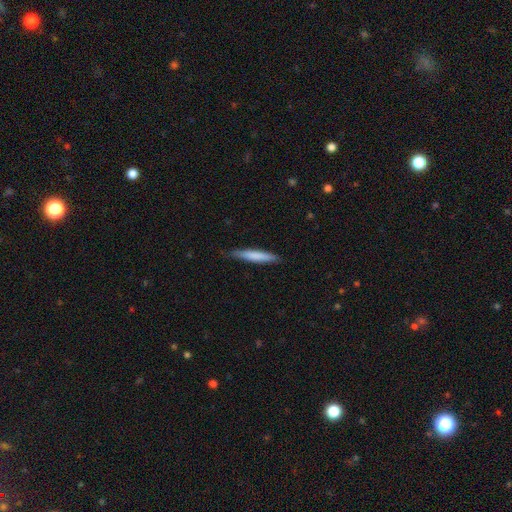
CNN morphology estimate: A smooth galaxy with no disk features (73%) that is cigar-shaped (93%). Merging: none (84%).